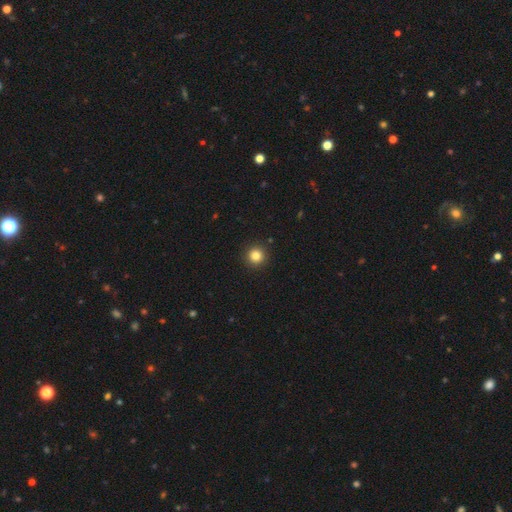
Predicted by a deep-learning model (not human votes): Overall: smooth (83%). How rounded: round (96%). Merging: none (93%).